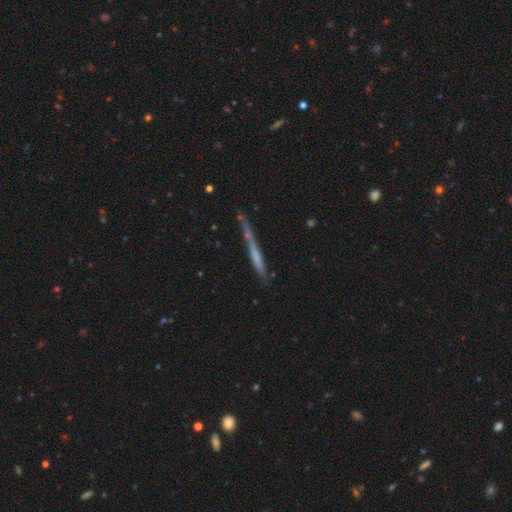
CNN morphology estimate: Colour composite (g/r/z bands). It shows a featured or disk galaxy (46%, tied with smooth). Merging: none (66%).